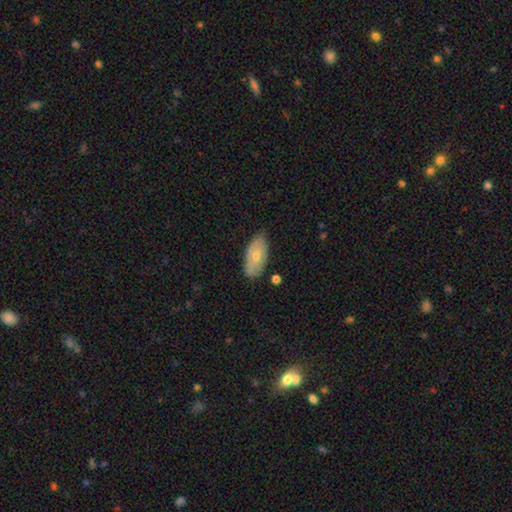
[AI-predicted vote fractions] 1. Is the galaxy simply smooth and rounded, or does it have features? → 59% smooth, 35% featured or disk, 6% star or artifact.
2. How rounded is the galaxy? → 92% in between, 5% cigar-shaped, 3% round.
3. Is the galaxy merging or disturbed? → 72% none, 22% minor disturbance, 3% major disturbance, 2% merger.